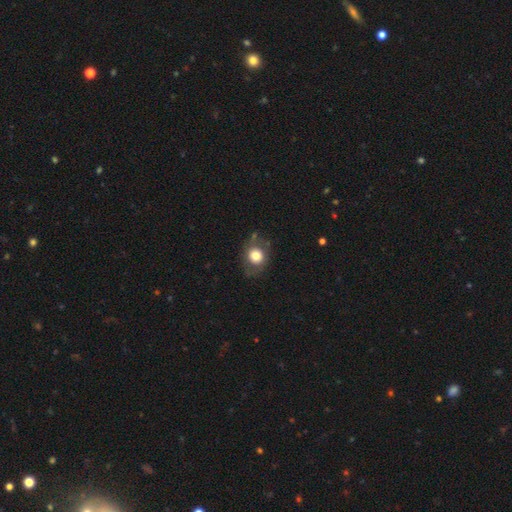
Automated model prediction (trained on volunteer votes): smooth_or_featured: smooth (p=0.73) [alt: featured or disk p=0.18]
how_rounded: round (p=0.70) [alt: in between p=0.29]
merging: none (p=0.71) [alt: minor disturbance p=0.18]